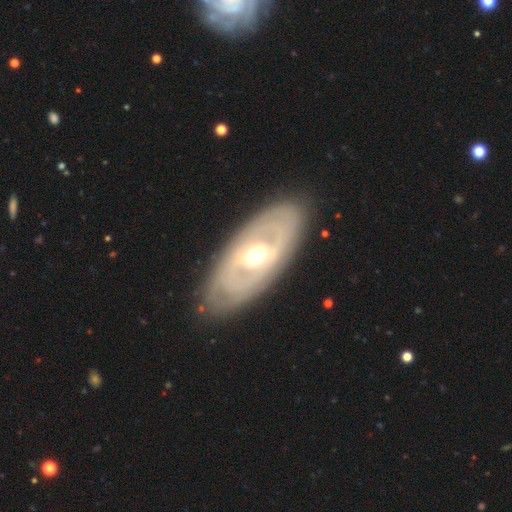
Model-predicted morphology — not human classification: Smooth or featured? Predicted: featured or disk (p=0.74). Edge-on disk? Predicted: no (p=0.87). Bar? Predicted: no (p=0.54). Spiral arms? Predicted: no (p=0.53). Bulge size? Predicted: moderate (p=0.72). Merging? Predicted: none (p=0.85).